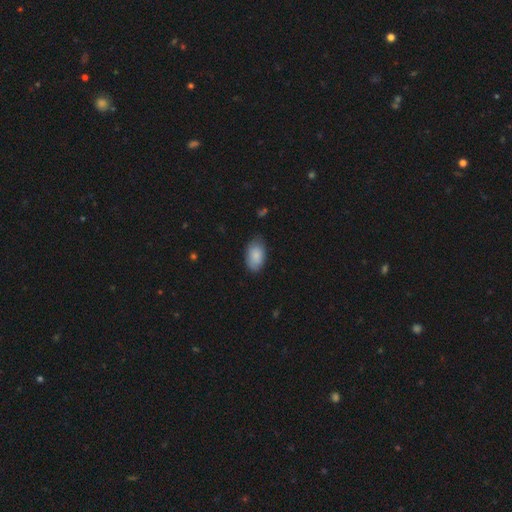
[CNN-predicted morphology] smooth_or_featured: smooth (p=0.86) [alt: featured or disk p=0.08]
how_rounded: in between (p=0.92) [alt: round p=0.06]
merging: none (p=0.74) [alt: minor disturbance p=0.21]